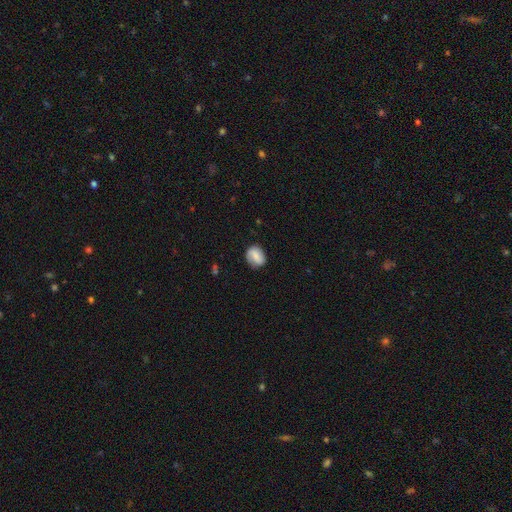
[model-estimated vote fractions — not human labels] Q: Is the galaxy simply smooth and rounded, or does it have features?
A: smooth — 69%.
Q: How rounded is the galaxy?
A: round — 54%.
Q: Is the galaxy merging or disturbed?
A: none — 75%.